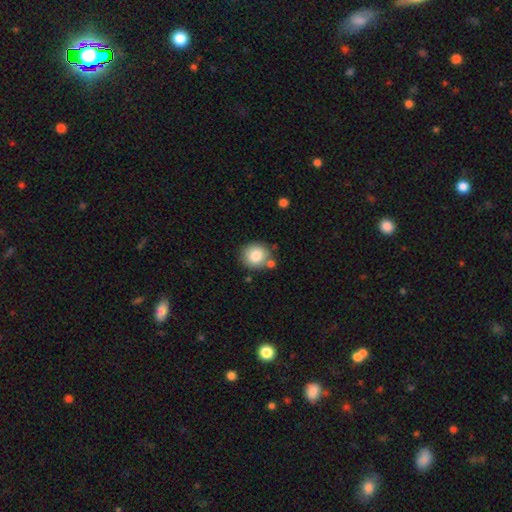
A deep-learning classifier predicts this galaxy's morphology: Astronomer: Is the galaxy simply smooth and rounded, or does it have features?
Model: smooth — 83%.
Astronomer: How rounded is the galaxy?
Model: round — 88%.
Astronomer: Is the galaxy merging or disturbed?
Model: none — 75%.